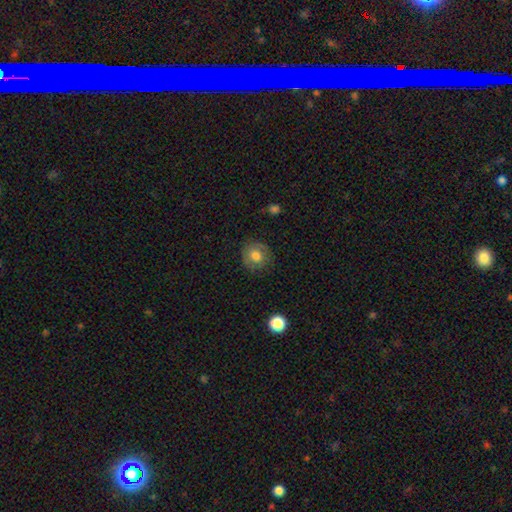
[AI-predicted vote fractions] The model was most divided on "smooth or featured": smooth: 71%, featured or disk: 20%, star or artifact: 9%. More confident: how rounded — round (84%); merging — none (81%).